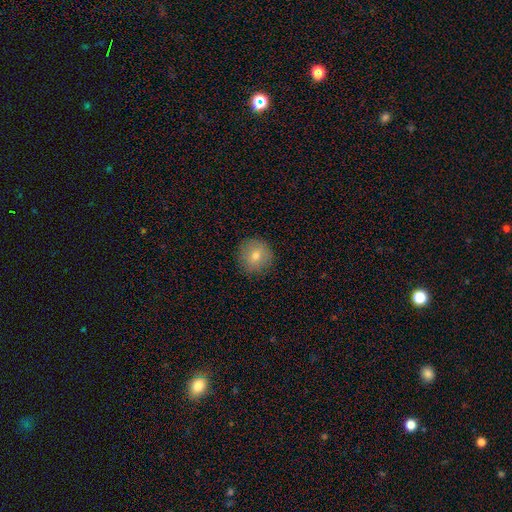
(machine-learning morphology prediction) Smooth or featured? smooth (74%)
How rounded? round (94%)
Merging? none (90%)